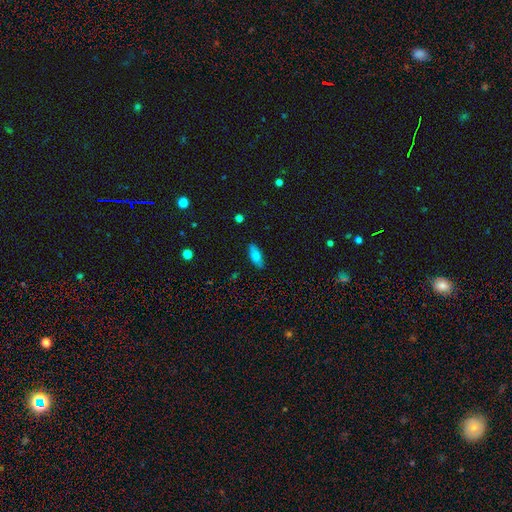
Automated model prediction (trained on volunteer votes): This appears to be a smooth galaxy with no disk features (78%) that is in between round and cigar-shaped (82%). Merging: none (85%).